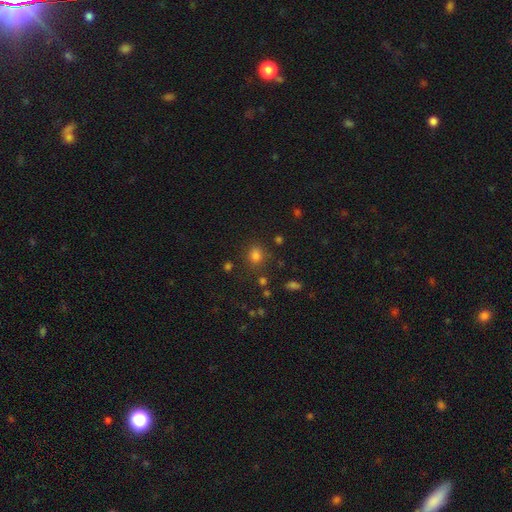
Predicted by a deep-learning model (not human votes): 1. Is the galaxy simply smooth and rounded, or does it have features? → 76% smooth, 17% star or artifact, 6% featured or disk.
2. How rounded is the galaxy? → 70% round, 29% in between, 1% cigar-shaped.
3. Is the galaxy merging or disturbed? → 78% none, 12% minor disturbance, 5% major disturbance, 5% merger.